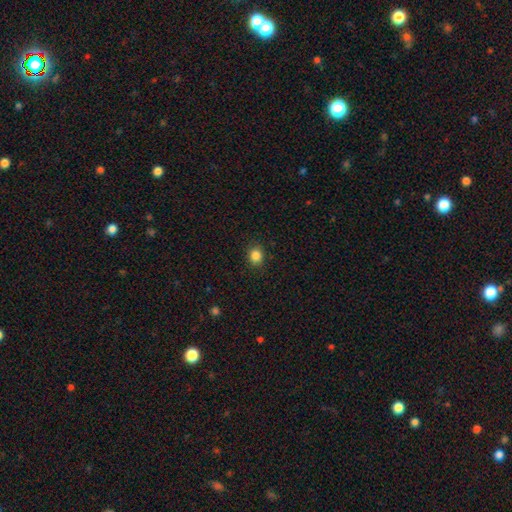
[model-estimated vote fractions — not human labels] Overall: smooth (85%). How rounded: round (69%; in between 30%). Merging: none (88%).